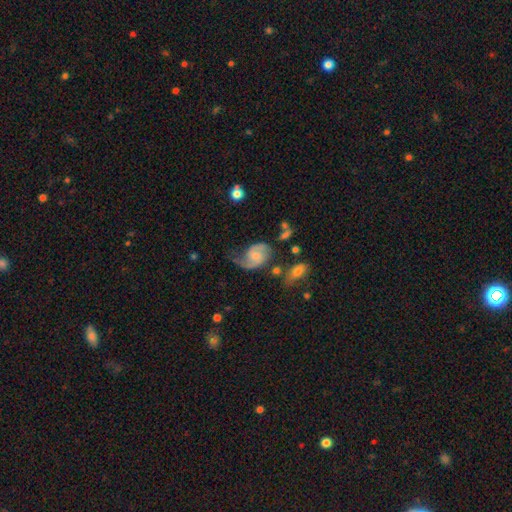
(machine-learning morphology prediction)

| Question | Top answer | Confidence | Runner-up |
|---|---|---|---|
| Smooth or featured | featured or disk | 74% | smooth (19%) |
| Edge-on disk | no | 97% | yes (3%) |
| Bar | no | 58% | weak (37%) |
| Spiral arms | yes | 94% | no (6%) |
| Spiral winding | medium | 44% | loose (40%) |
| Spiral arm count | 2 | 75% | 1 (17%) |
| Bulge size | small | 47% | moderate (36%) |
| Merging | none | 45% | minor disturbance (28%) |